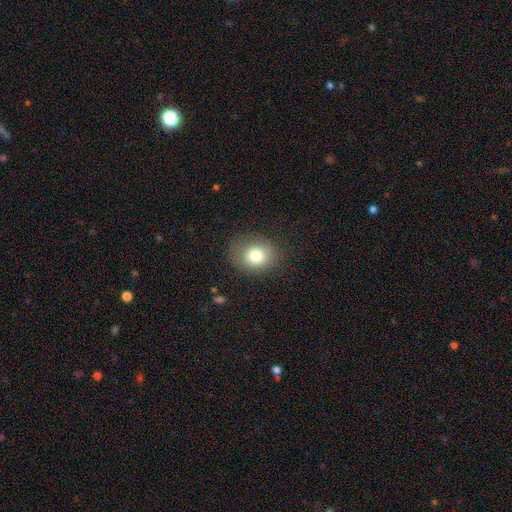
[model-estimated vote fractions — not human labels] A smooth galaxy with no disk features (78%) that is round (66%). Merging: none (77%).